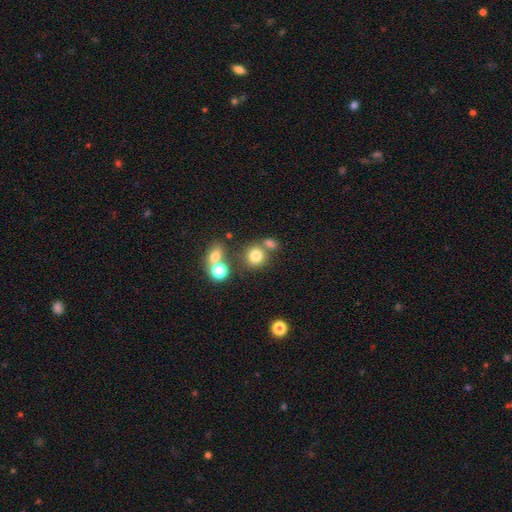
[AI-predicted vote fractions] smooth 77%, star or artifact 14%, featured or disk 9%. Down the decision tree: how rounded — round (85%); merging — none (63%).